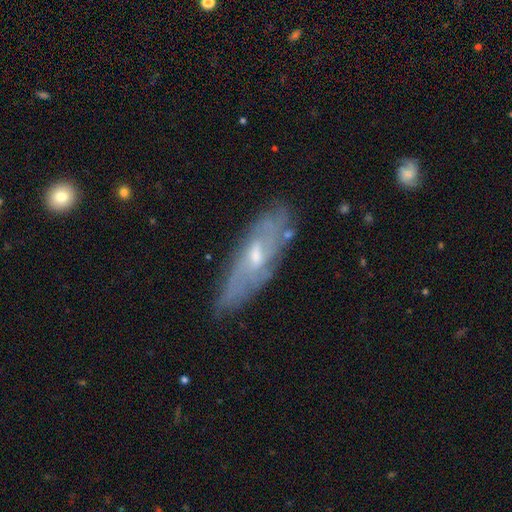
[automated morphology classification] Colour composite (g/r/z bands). It shows a featured or disk galaxy (67%). Merging: none (75%).